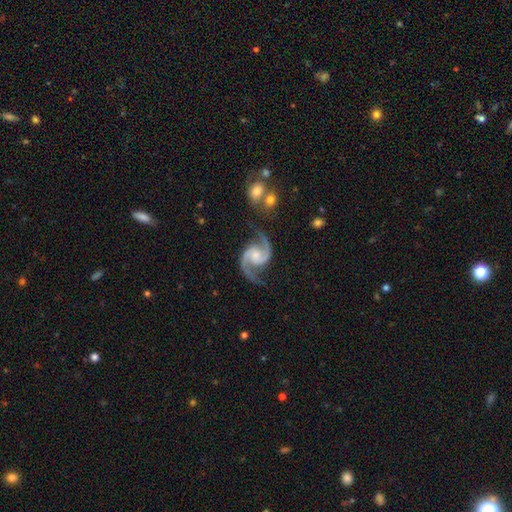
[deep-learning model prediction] smooth-or-featured: featured or disk: 94% | star or artifact: 4% | smooth: 2%
  disk-edge-on: no: 98% | yes: 2%
    bar: no: 59% | weak: 32% | strong: 9%
    has-spiral-arms: yes: 99% | no: 1%
      spiral-winding: medium: 59% | loose: 29% | tight: 11%
      spiral-arm-count: 2: 95% | can't tell: 1% | 3: 1% | 1: 1% | 4: 1% | more than 4: 1%
    bulge-size: moderate: 42% | small: 41% | none: 11% | large: 5% | dominant: 2%
  merging: none: 77% | minor disturbance: 13% | major disturbance: 6% | merger: 3%